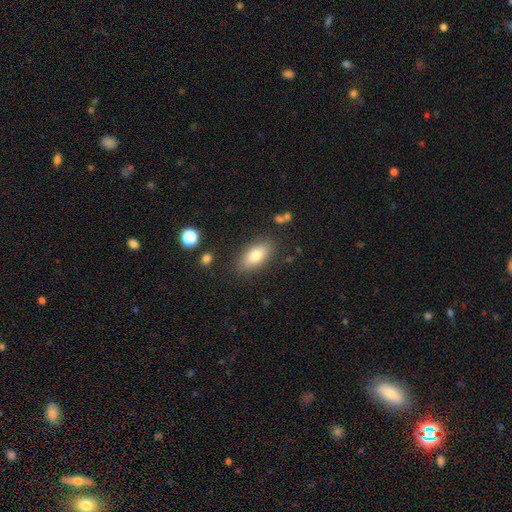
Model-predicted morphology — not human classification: smooth-or-featured: smooth: 76% | featured or disk: 16% | star or artifact: 8%
  how-rounded: in between: 87% | cigar-shaped: 8% | round: 5%
  merging: none: 83% | minor disturbance: 11% | major disturbance: 3% | merger: 2%